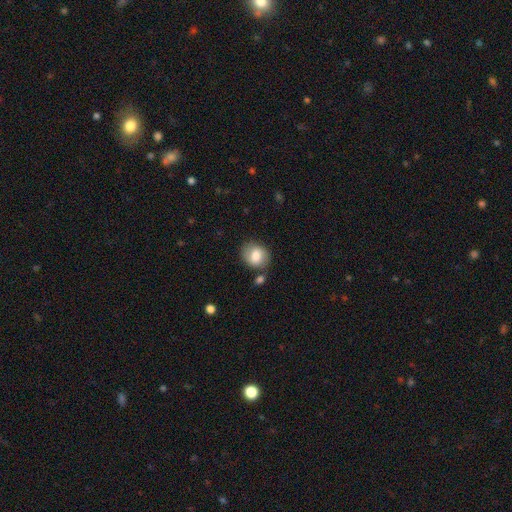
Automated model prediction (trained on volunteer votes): smooth_or_featured: smooth (p=0.75) [alt: featured or disk p=0.17]
how_rounded: round (p=0.59) [alt: in between p=0.40]
merging: none (p=0.73) [alt: minor disturbance p=0.15]